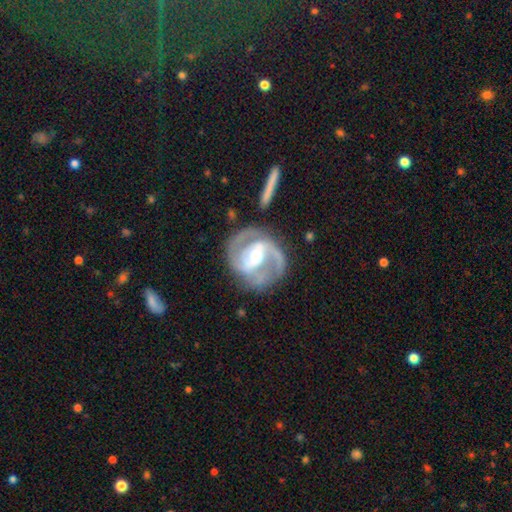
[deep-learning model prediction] Smooth or featured? featured or disk (90%)
Edge-on disk? no (98%)
Bar? weak (41%)
Spiral arms? yes (97%)
Spiral winding? medium (55%)
Spiral arm count? 2 (82%)
Bulge size? moderate (71%)
Merging? none (73%)